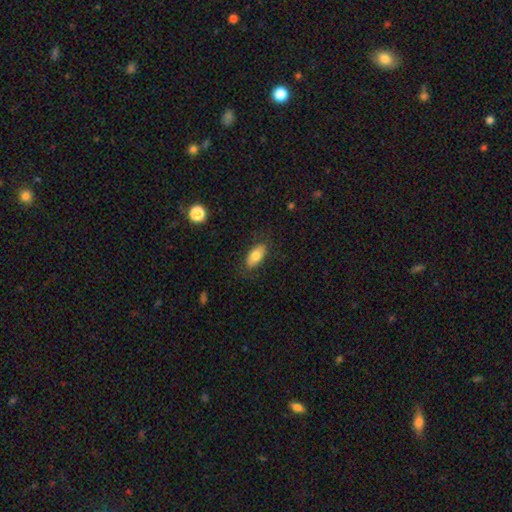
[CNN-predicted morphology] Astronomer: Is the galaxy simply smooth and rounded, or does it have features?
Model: smooth — 77%.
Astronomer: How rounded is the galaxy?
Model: in between — 91%.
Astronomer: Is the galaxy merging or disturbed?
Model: none — 79%.